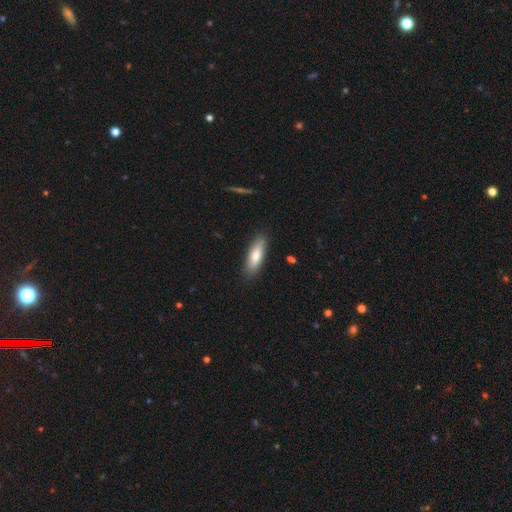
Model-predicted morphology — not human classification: A smooth galaxy with no disk features (75%) that is cigar-shaped (52%).

Vote fractions:
- Smooth or featured? smooth: 75% / featured or disk: 19% / star or artifact: 6%
- How rounded? cigar-shaped: 52% / in between: 46% / round: 2%
- Merging? none: 86% / minor disturbance: 10% / major disturbance: 2% / merger: 1%